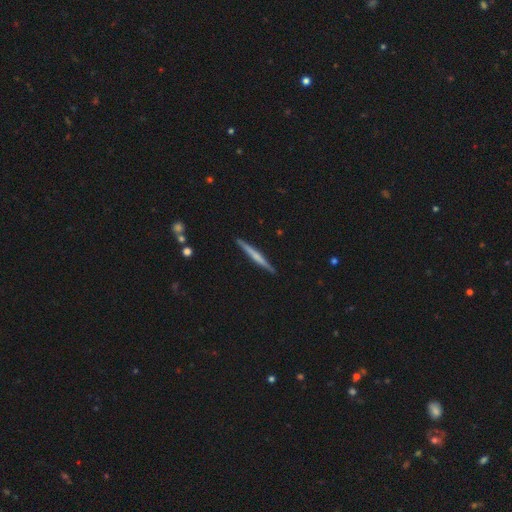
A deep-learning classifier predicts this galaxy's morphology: Smooth or featured?
  - featured or disk: 58% *
  - smooth: 37%
  - star or artifact: 5%
Edge-on disk?
  - yes: 98% *
  - no: 2%
Edge-on bulge?
  - none: 51% *
  - rounded: 38%
  - boxy: 11%
Merging?
  - none: 91% *
  - minor disturbance: 6%
  - major disturbance: 1%
  - merger: 1%